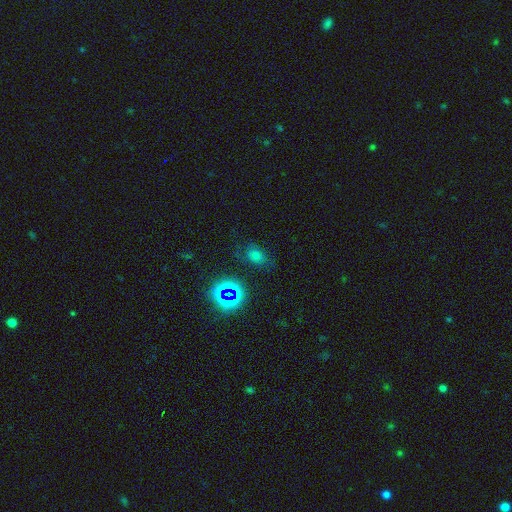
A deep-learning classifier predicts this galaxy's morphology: Smooth or featured: smooth — 56% (star or artifact — 31%)
How rounded: in between — 73% (round — 25%)
Merging: none — 71% (minor disturbance — 19%)